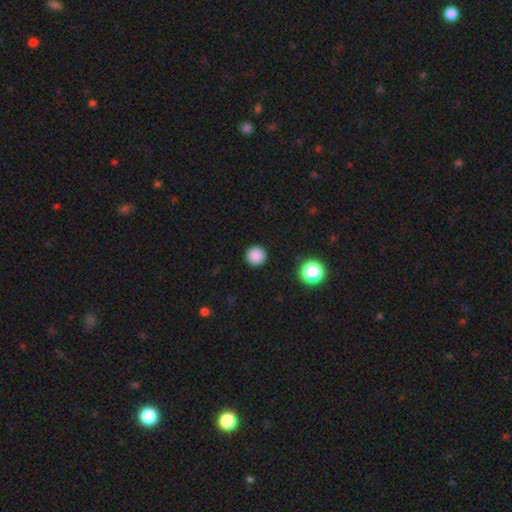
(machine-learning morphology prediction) smooth_or_featured: smooth (p=0.86) [alt: star or artifact p=0.11]
how_rounded: round (p=0.96) [alt: in between p=0.03]
merging: none (p=0.92) [alt: minor disturbance p=0.05]